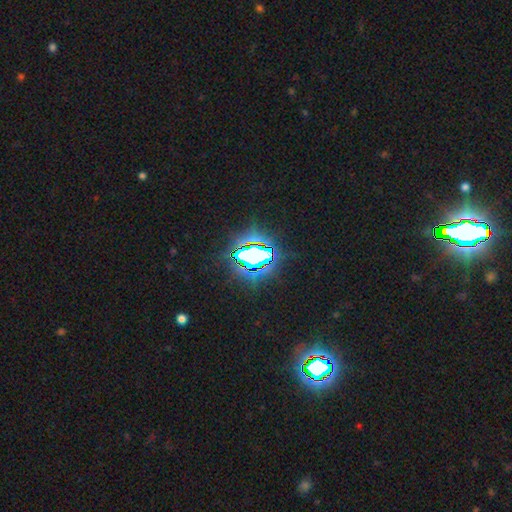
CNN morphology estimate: Q: Smooth or featured?
A: star or artifact (73%); runner-up: smooth (16%)